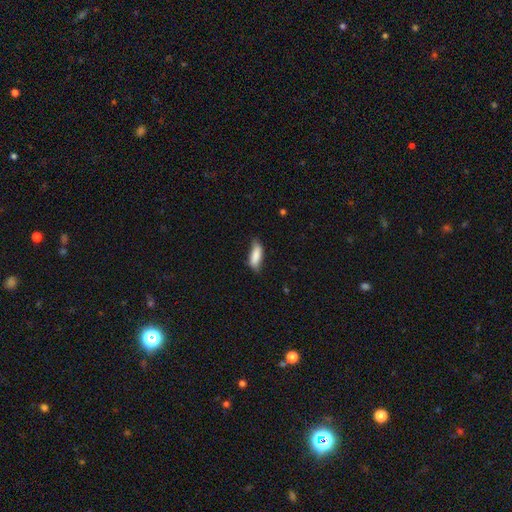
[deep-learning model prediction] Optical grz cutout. It shows a smooth galaxy with no disk features (82%) that is in between round and cigar-shaped (61%). Merging: none (59%).